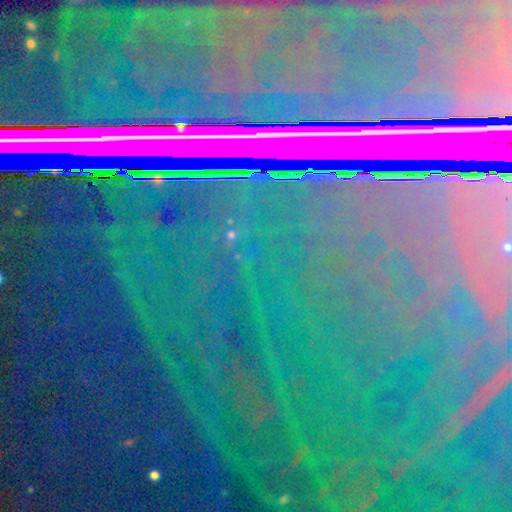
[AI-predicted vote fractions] The model was most divided on "smooth or featured": star or artifact: 87%, featured or disk: 7%, smooth: 6%.